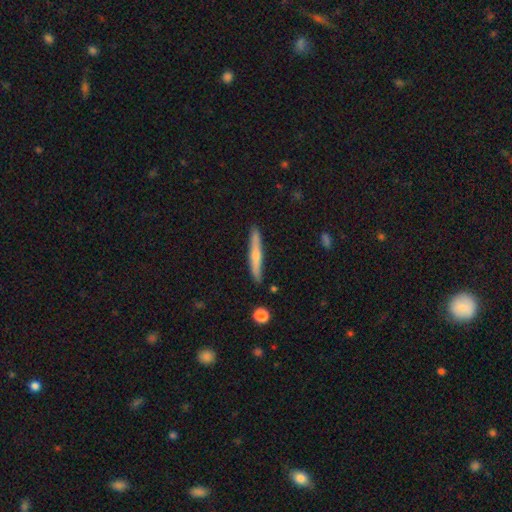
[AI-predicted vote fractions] Morphology: type=featured or disk (60%); edge-on=yes (96%); edge-on bulge=rounded (81%); merging=none (88%).